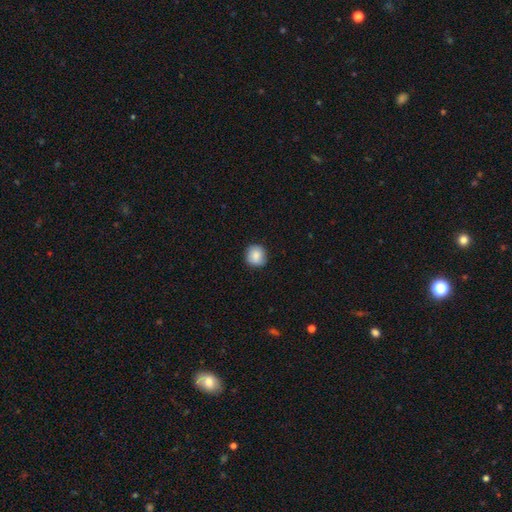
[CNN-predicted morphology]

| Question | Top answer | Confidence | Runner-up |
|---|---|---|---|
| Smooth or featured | smooth | 86% | star or artifact (7%) |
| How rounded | round | 90% | in between (9%) |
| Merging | none | 86% | minor disturbance (11%) |